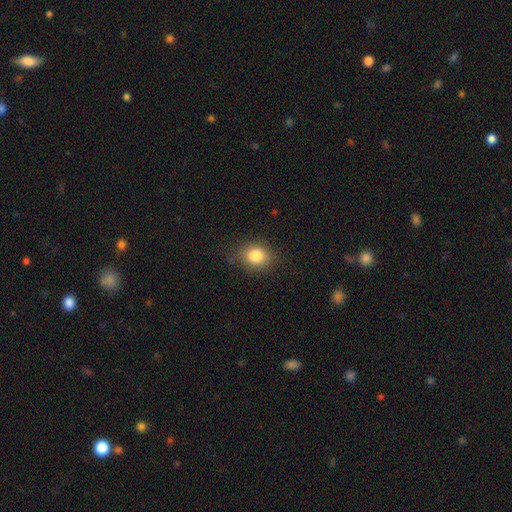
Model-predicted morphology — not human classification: Overall: smooth (83%). How rounded: round (56%; in between 43%). Merging: none (81%).